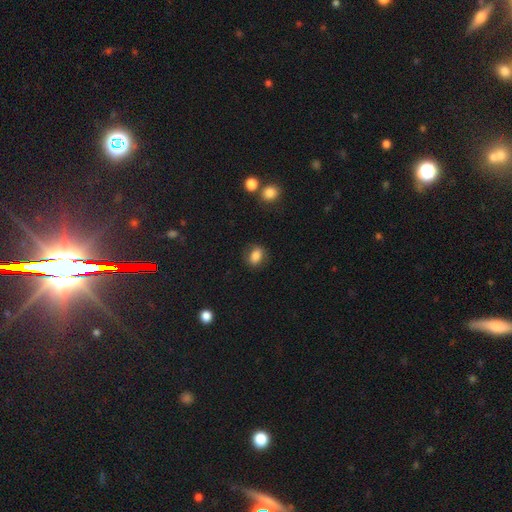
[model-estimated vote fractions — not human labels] A smooth galaxy with no disk features (85%) that is in between round and cigar-shaped (69%). Merging: none (81%).